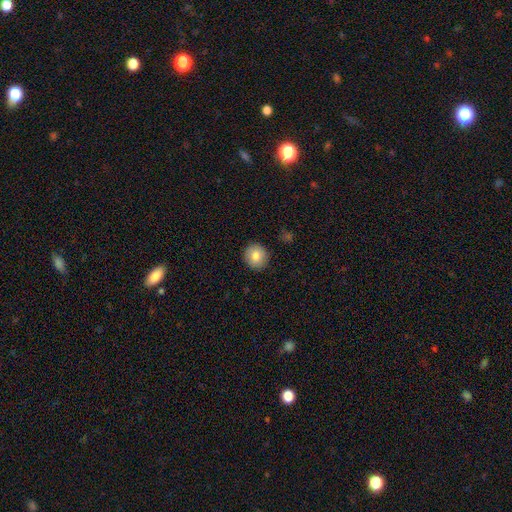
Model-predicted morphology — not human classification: Smooth or featured: smooth — 83% (featured or disk — 8%)
How rounded: round — 90% (in between — 9%)
Merging: none — 91% (minor disturbance — 6%)